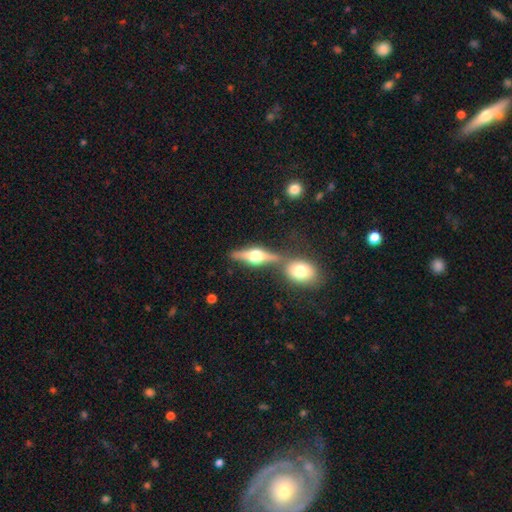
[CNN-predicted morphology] Smooth or featured? Predicted: featured or disk (p=0.70). Edge-on disk? Predicted: yes (p=0.94). Edge-on bulge? Predicted: rounded (p=0.94). Merging? Predicted: none (p=0.66).